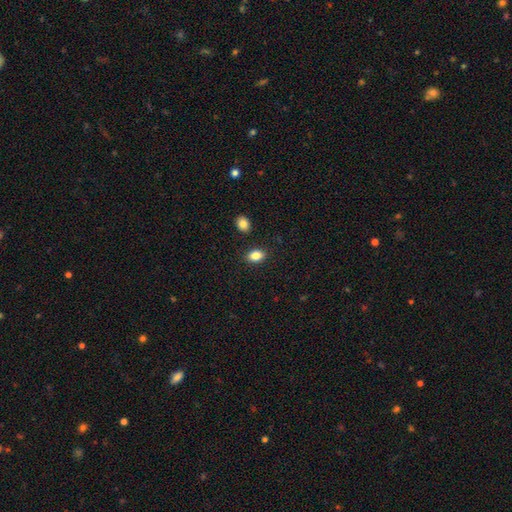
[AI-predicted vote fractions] Smooth or featured? smooth (85%)
How rounded? in between (80%)
Merging? none (86%)